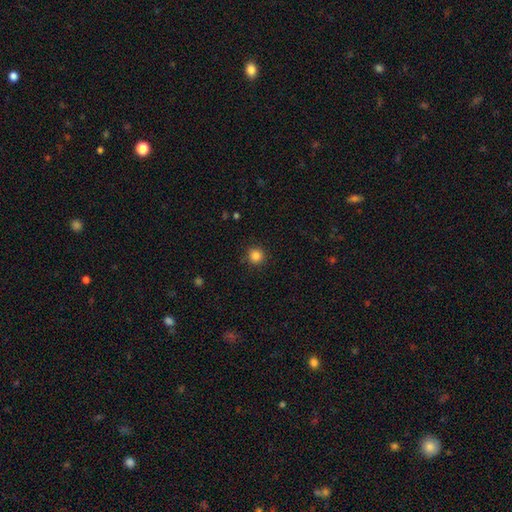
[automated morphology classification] Smooth or featured? smooth (85%)
How rounded? round (94%)
Merging? none (90%)